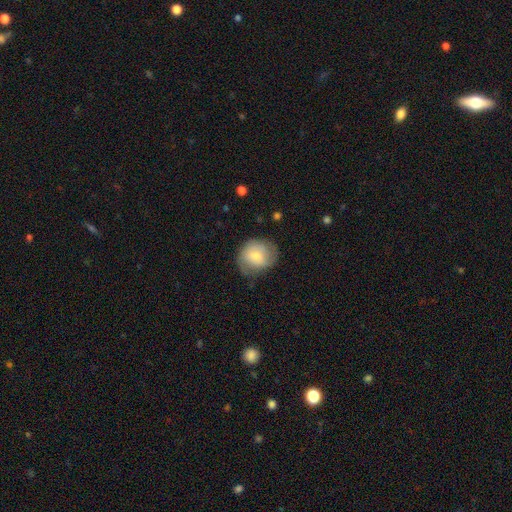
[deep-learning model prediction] Overall: smooth (73%). How rounded: round (72%). Merging: none (62%; minor disturbance 27%).